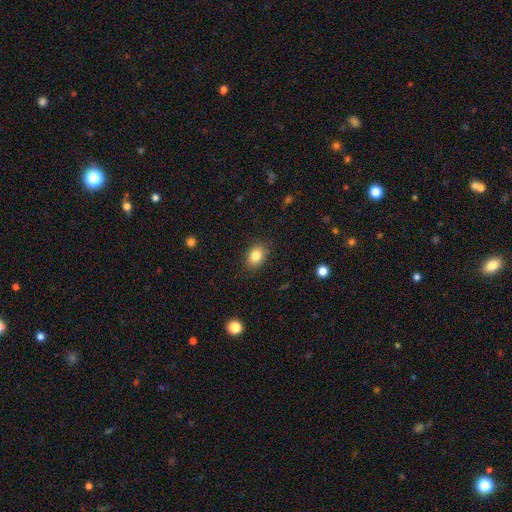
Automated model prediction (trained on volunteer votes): This appears to be a smooth galaxy with no disk features (84%) that is in between round and cigar-shaped (72%). Merging: none (86%).